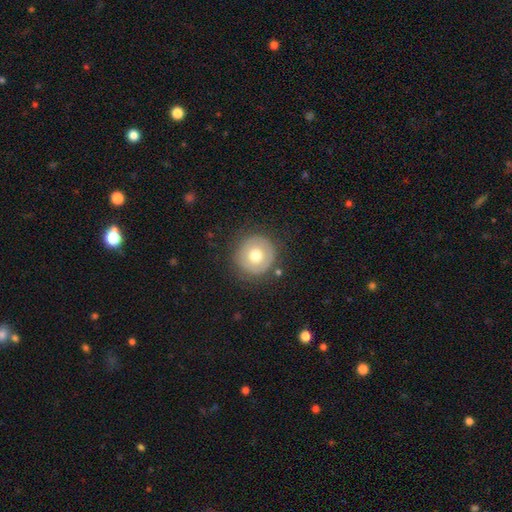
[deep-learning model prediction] A smooth galaxy with no disk features (62%) that is round (95%).

Vote fractions:
- Smooth or featured? smooth: 62% / featured or disk: 31% / star or artifact: 8%
- How rounded? round: 95% / in between: 4% / cigar-shaped: 1%
- Merging? none: 84% / minor disturbance: 10% / major disturbance: 4% / merger: 2%